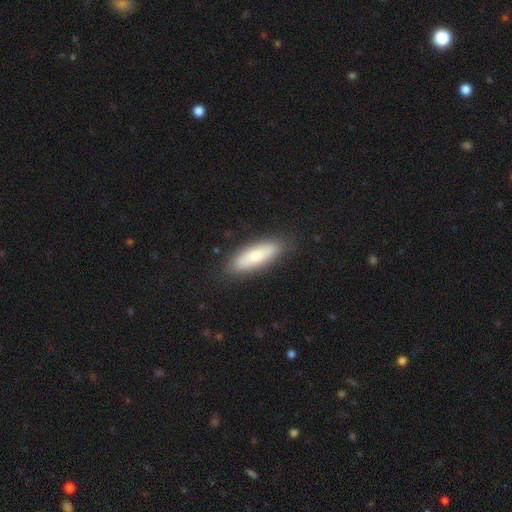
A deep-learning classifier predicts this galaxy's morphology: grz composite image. It shows a smooth galaxy with no disk features (70%) that is in between round and cigar-shaped (56%). Merging: none (86%).